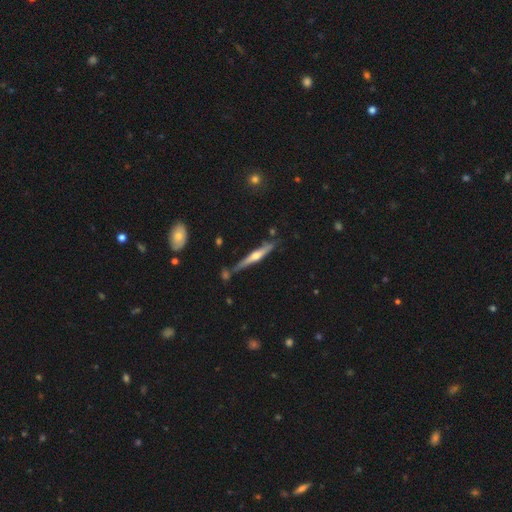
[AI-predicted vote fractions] Smooth or featured?
  - featured or disk: 64% *
  - smooth: 30%
  - star or artifact: 6%
Edge-on disk?
  - yes: 95% *
  - no: 5%
Edge-on bulge?
  - rounded: 85% *
  - none: 10%
  - boxy: 4%
Merging?
  - none: 73% *
  - minor disturbance: 16%
  - merger: 7%
  - major disturbance: 3%